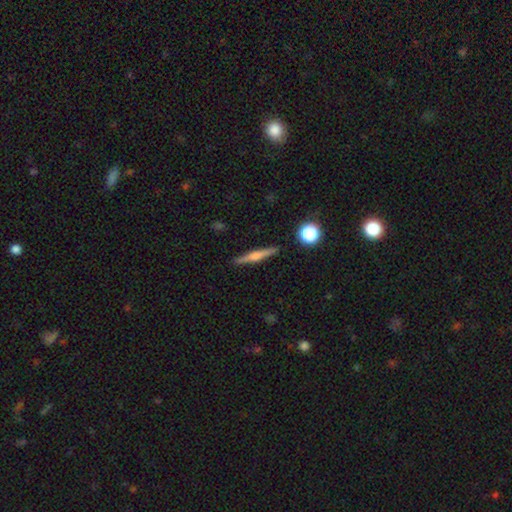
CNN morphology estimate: A featured or disk galaxy (60%) viewed edge-on (98%) with a rounded central bulge (77%). Merging: none (91%).